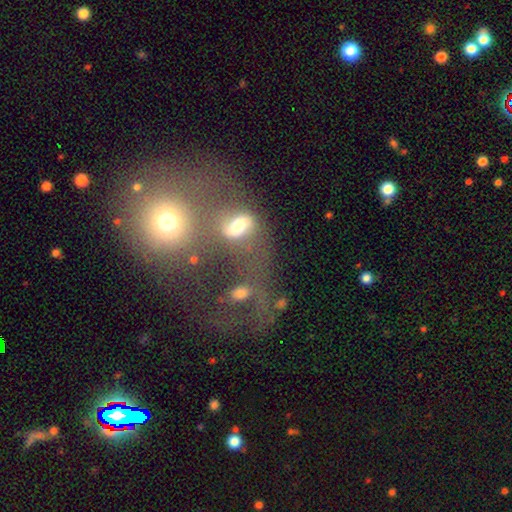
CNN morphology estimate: This appears to be a smooth galaxy with no disk features (48%). Merging: merger (70%).